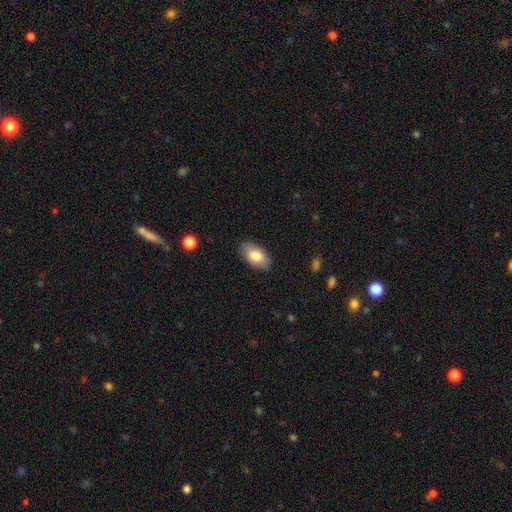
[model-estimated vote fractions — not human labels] This is clearly a smooth galaxy (81%). How rounded: clearly in between (94%). Merging: clearly none (85%).